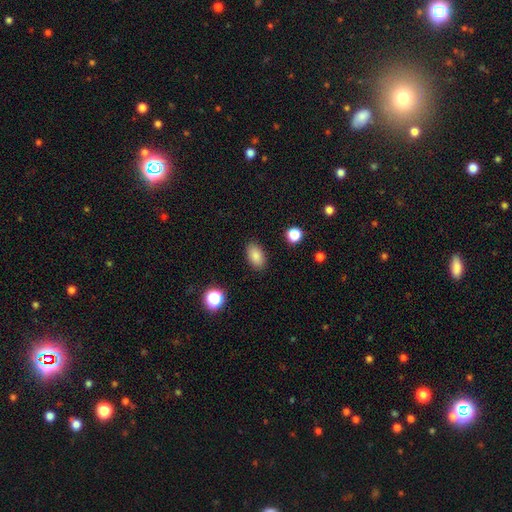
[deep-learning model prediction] Smooth or featured? smooth (86%)
How rounded? in between (91%)
Merging? none (87%)